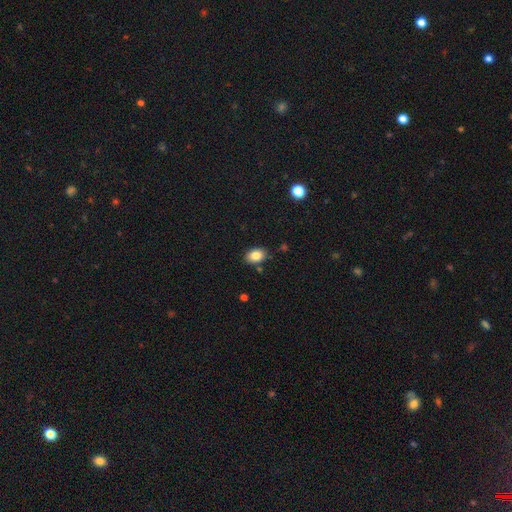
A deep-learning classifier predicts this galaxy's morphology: Overall: smooth (84%). How rounded: in between (81%). Merging: none (82%).